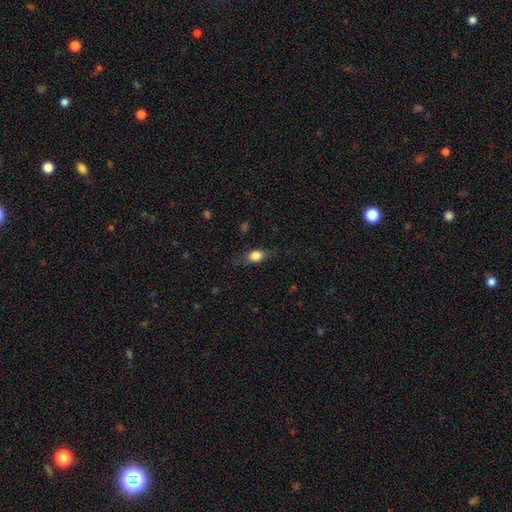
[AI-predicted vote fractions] This appears to be a smooth galaxy with no disk features (74%) that is in between round and cigar-shaped (66%). Merging: none (70%).